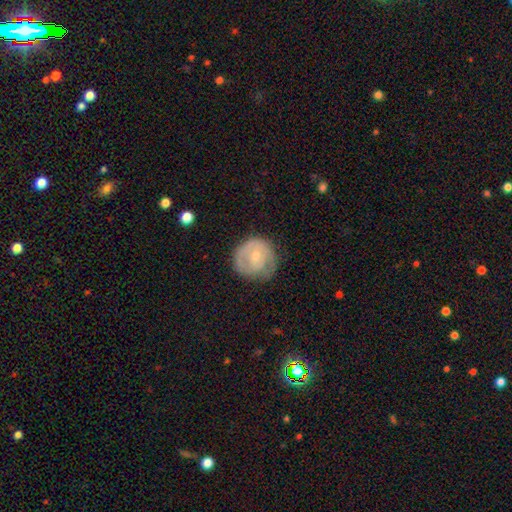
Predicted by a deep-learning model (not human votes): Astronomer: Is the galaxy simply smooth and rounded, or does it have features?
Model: featured or disk — 50% (runner-up: smooth, 44%).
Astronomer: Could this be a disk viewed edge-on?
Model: no — 97%.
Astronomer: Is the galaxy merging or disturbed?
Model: none — 63%.